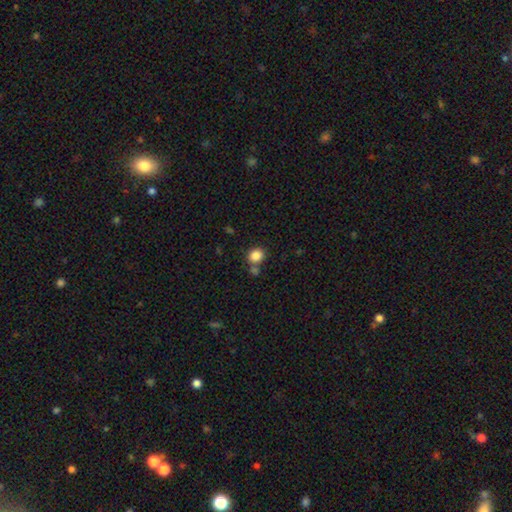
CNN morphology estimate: smooth-or-featured: smooth: 85% | star or artifact: 10% | featured or disk: 5%
  how-rounded: round: 72% | in between: 28% | cigar-shaped: 1%
  merging: none: 66% | merger: 19% | minor disturbance: 12% | major disturbance: 4%